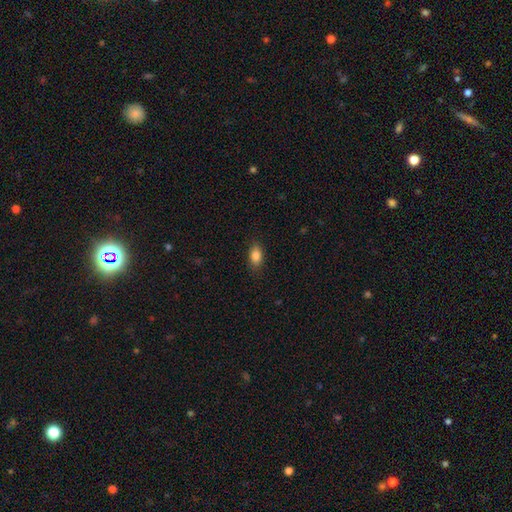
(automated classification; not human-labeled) Smooth or featured?
  - smooth: 86% *
  - star or artifact: 8%
  - featured or disk: 6%
How rounded?
  - in between: 87% *
  - round: 9%
  - cigar-shaped: 3%
Merging?
  - none: 86% *
  - minor disturbance: 11%
  - major disturbance: 3%
  - merger: 1%